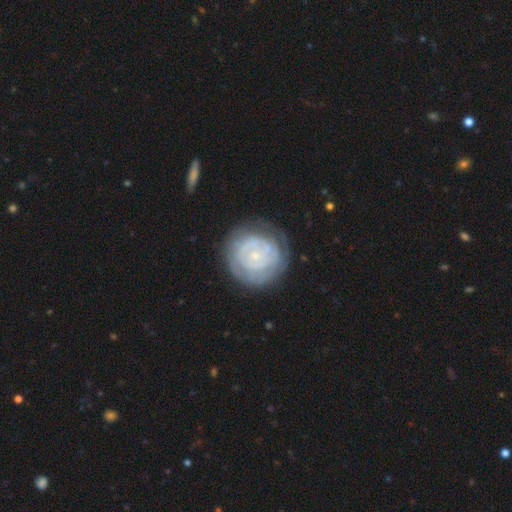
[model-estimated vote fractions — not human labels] The model was most divided on "spiral arm count": can't tell: 55%, 2: 17%, 3: 10%, 4: 7%, 1: 6%, more than 4: 5%. More confident: edge-on disk — no (98%); bulge size — small (82%); spiral winding — tight (81%); bar — no (80%); spiral arms — yes (78%); merging — none (74%); smooth or featured — featured or disk (71%).